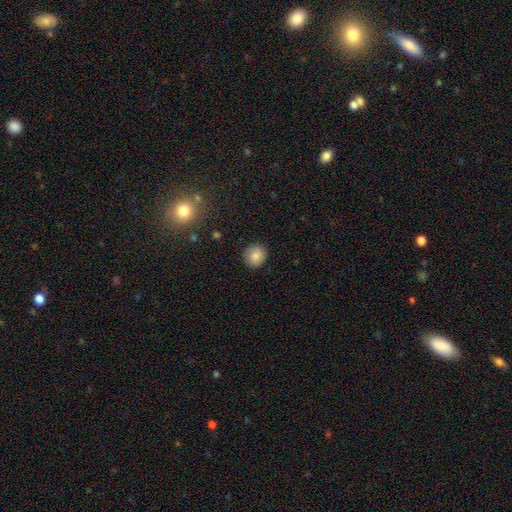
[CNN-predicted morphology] smooth 84%, star or artifact 9%, featured or disk 7%. Down the decision tree: how rounded — round (90%); merging — none (89%).